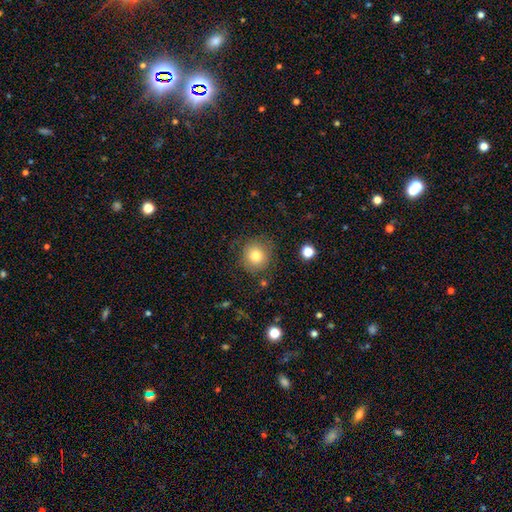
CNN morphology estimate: Q: Smooth or featured?
A: smooth (80%); runner-up: star or artifact (11%)
Q: How rounded?
A: round (90%); runner-up: in between (9%)
Q: Merging?
A: none (80%); runner-up: minor disturbance (13%)